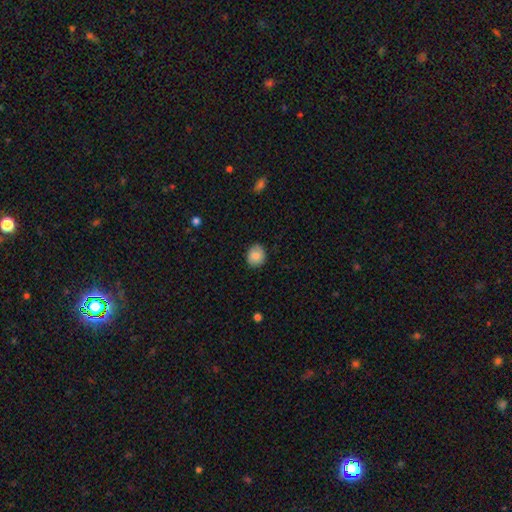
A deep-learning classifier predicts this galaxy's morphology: smooth 86%, star or artifact 8%, featured or disk 6%. Down the decision tree: how rounded — round (74%); merging — none (86%).